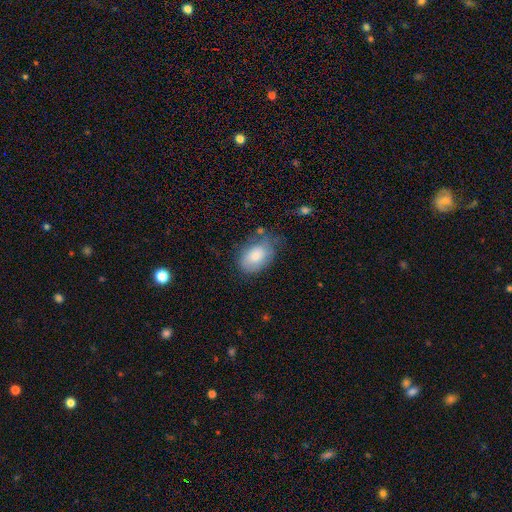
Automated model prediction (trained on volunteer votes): Smooth or featured?
  - smooth: 79% *
  - featured or disk: 14%
  - star or artifact: 7%
How rounded?
  - in between: 88% *
  - round: 10%
  - cigar-shaped: 1%
Merging?
  - none: 53% *
  - minor disturbance: 32%
  - major disturbance: 11%
  - merger: 4%